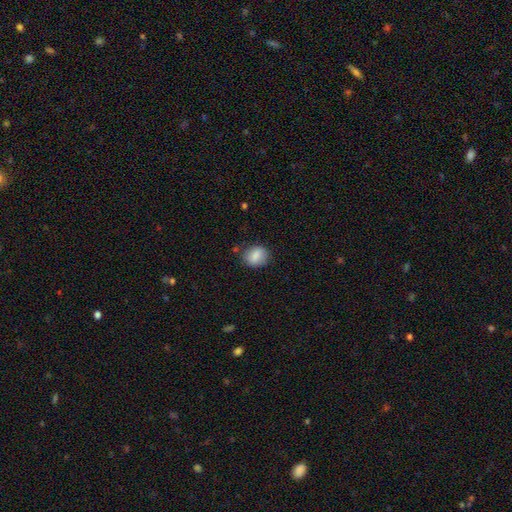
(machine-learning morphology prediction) Smooth or featured? Predicted: smooth (p=0.84). How rounded? Predicted: round (p=0.62). Merging? Predicted: none (p=0.79).